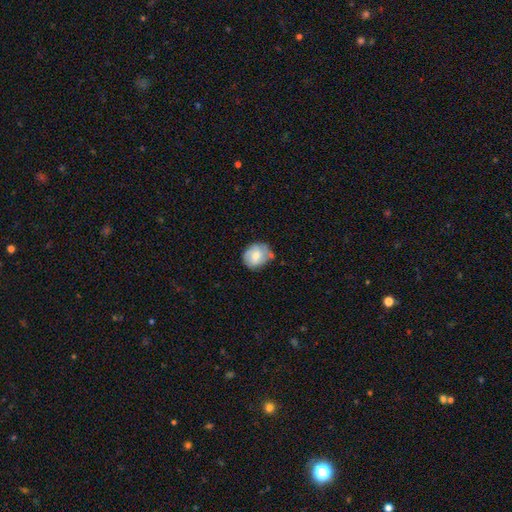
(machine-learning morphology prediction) Smooth or featured? Predicted: smooth (p=0.64). How rounded? Predicted: round (p=0.65). Merging? Predicted: none (p=0.57).